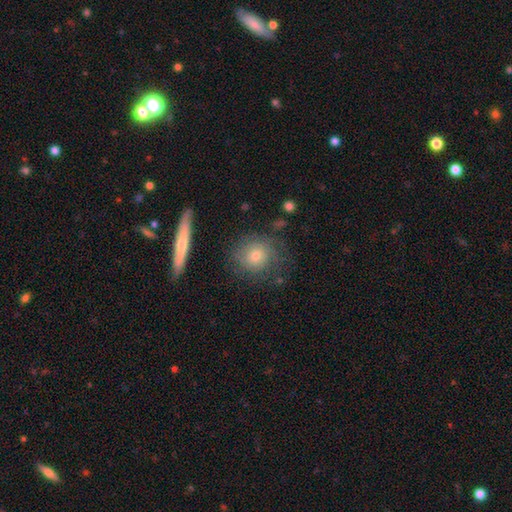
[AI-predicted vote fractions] Smooth or featured? Predicted: smooth (p=0.57). How rounded? Predicted: round (p=0.85). Merging? Predicted: none (p=0.74).